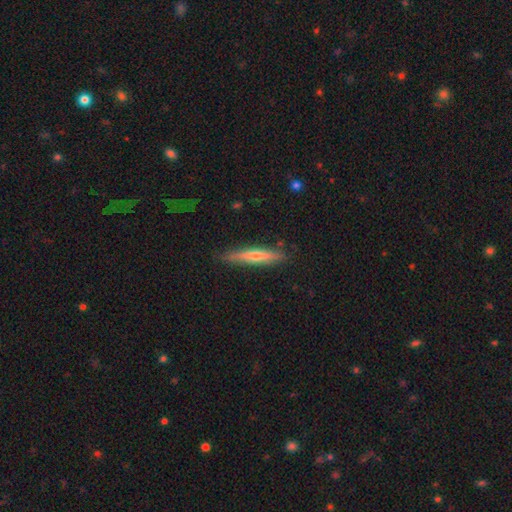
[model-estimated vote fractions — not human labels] Smooth or featured?
  - featured or disk: 50% *
  - smooth: 43%
  - star or artifact: 7%
Edge-on disk?
  - yes: 94% *
  - no: 6%
Merging?
  - none: 85% *
  - minor disturbance: 11%
  - major disturbance: 2%
  - merger: 1%